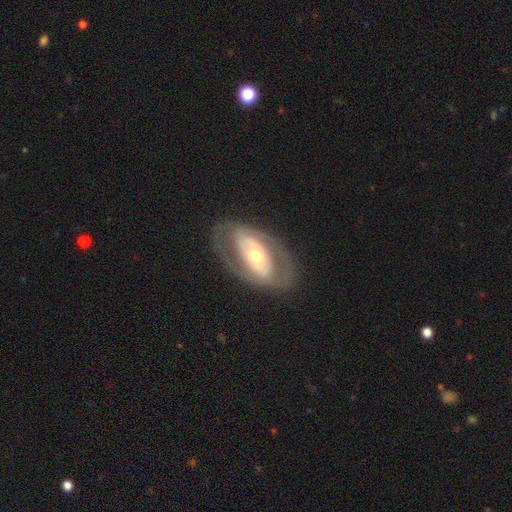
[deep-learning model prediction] A featured or disk galaxy (70%) with no bar (46%), no spiral arms (59%) and a moderate central bulge (49%).

Vote fractions:
- Smooth or featured? featured or disk: 70% / smooth: 24% / star or artifact: 6%
- Edge-on disk? no: 90% / yes: 10%
- Bar? no: 46% / strong: 30% / weak: 25%
- Spiral arms? no: 59% / yes: 41%
- Bulge size? moderate: 49% / small: 41% / large: 7% / dominant: 2% / none: 1%
- Merging? none: 77% / minor disturbance: 13% / major disturbance: 9% / merger: 1%